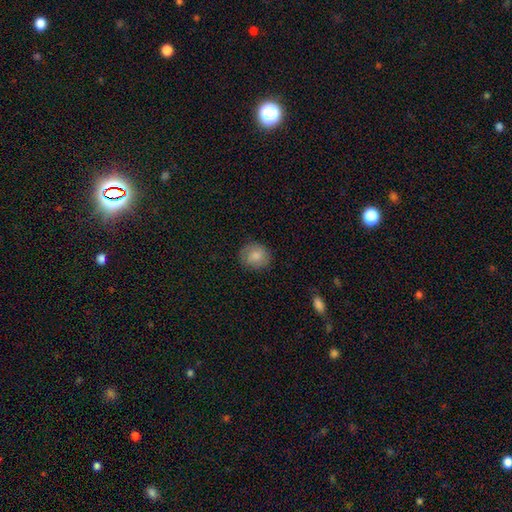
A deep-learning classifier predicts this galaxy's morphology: type=smooth (81%); roundness=round (79%); merging=none (82%).